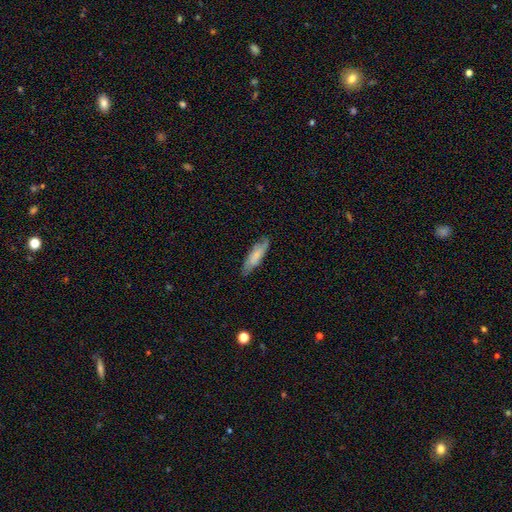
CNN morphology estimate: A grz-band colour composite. It shows a smooth galaxy with no disk features (63%) that is cigar-shaped (51%). Merging: none (79%).